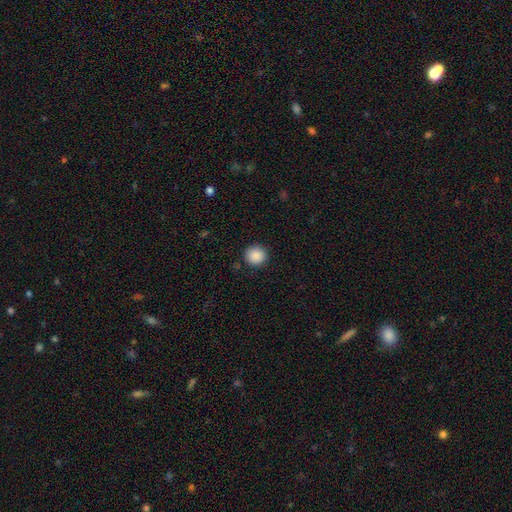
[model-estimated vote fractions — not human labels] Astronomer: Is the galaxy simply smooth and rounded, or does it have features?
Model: smooth — 89%.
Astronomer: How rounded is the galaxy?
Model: round — 93%.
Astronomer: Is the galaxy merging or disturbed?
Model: none — 91%.